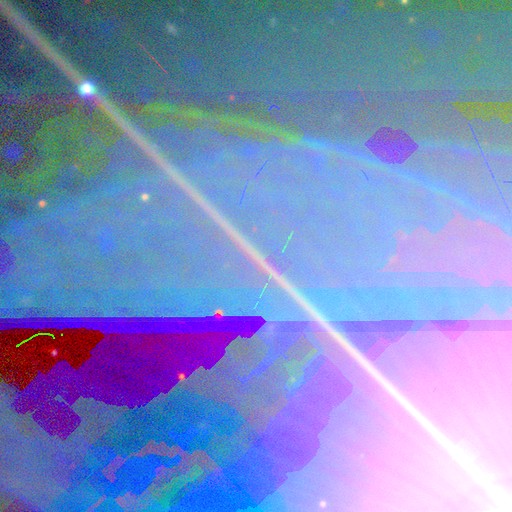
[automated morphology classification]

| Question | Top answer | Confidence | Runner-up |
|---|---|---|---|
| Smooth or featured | star or artifact | 89% | featured or disk (7%) |